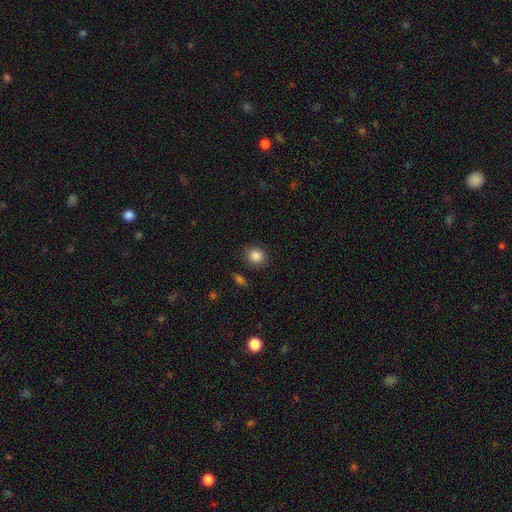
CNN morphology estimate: Smooth or featured? smooth (87%)
How rounded? round (71%)
Merging? none (85%)